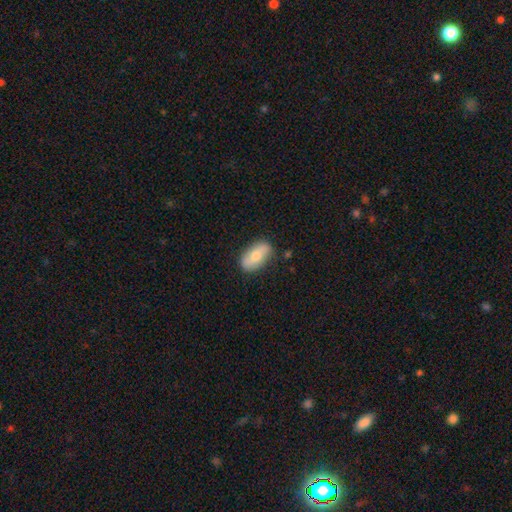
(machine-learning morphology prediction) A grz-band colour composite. It shows a smooth galaxy with no disk features (64%) that is in between round and cigar-shaped (90%). Merging: none (80%).